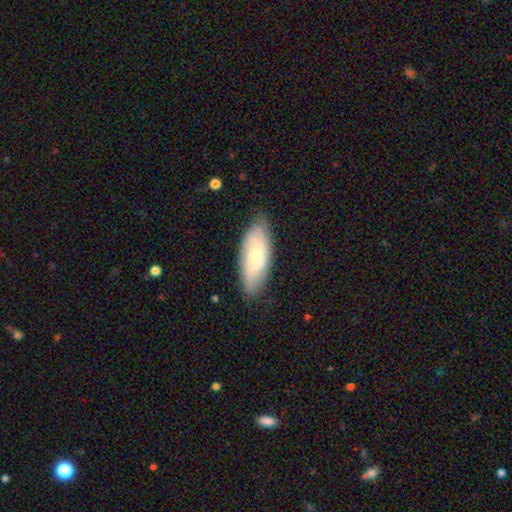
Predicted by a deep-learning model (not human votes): A featured or disk galaxy (48%). Merging: none (79%).